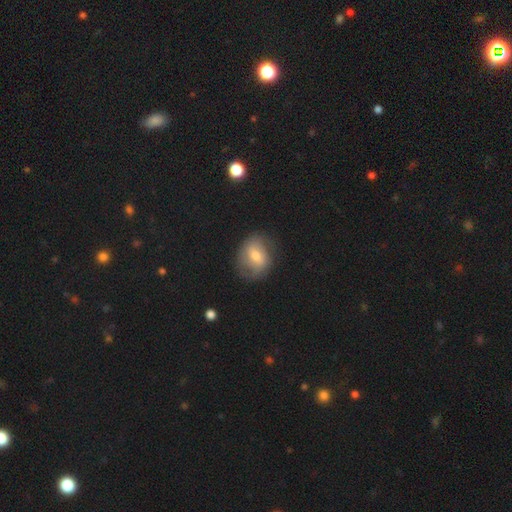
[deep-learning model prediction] Morphology: type=smooth (50%); roundness=in between (55%); merging=none (67%).